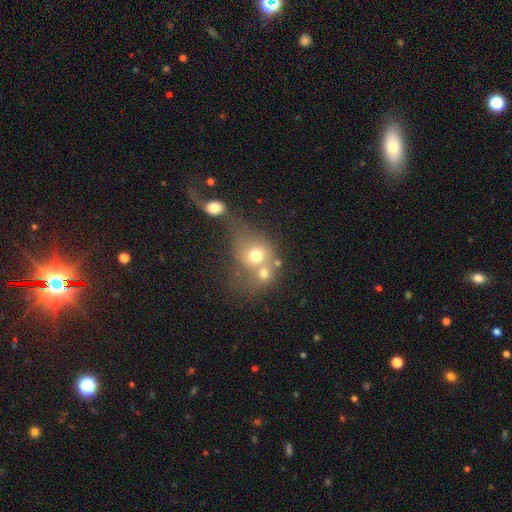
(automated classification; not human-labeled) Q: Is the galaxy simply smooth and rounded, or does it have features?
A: smooth — 64%.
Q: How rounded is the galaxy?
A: round — 64%.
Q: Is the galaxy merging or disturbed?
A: merger — 52%.